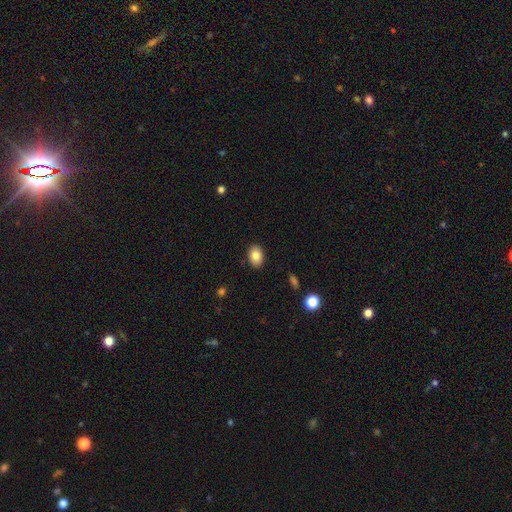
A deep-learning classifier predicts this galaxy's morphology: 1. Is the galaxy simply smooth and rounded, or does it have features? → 83% smooth, 8% featured or disk, 8% star or artifact.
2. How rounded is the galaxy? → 78% in between, 21% round, 1% cigar-shaped.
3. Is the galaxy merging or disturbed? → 89% none, 8% minor disturbance, 2% major disturbance, 1% merger.